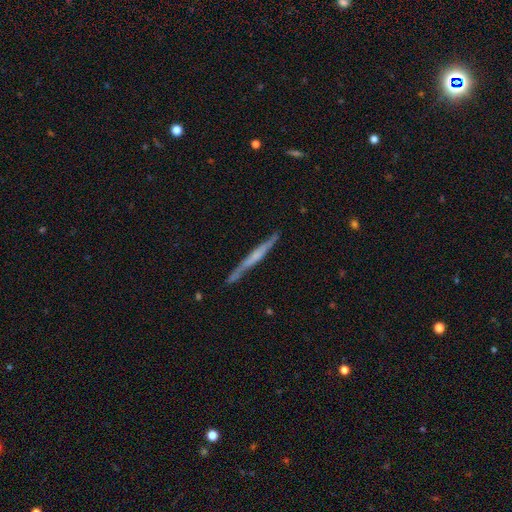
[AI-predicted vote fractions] Overall: featured or disk (64%; smooth 31%). Edge-on disk: yes (96%). Edge-on bulge: none (54%; rounded 30%). Merging: none (82%).